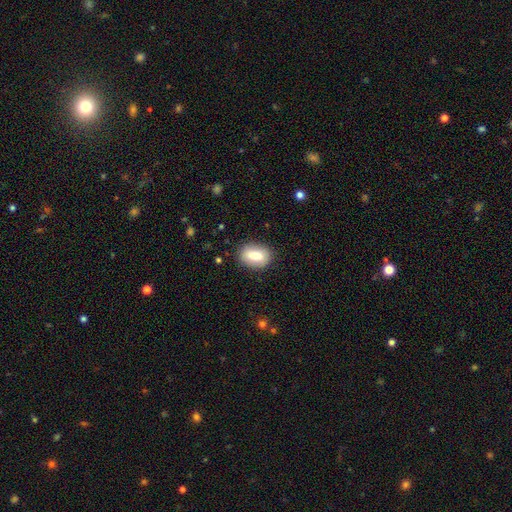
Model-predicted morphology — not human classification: smooth 80%, featured or disk 13%, star or artifact 7%. Down the decision tree: how rounded — in between (80%); merging — none (84%).